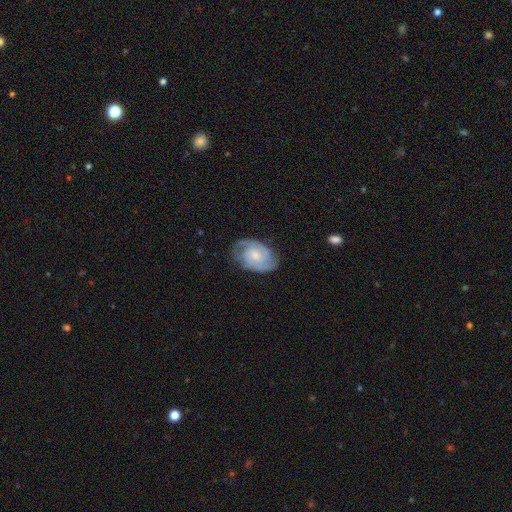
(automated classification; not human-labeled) The model was most divided on "bulge size": small: 45%, moderate: 42%, none: 7%, large: 4%, dominant: 1%. Remaining: edge-on disk — no (97%); spiral arms — yes (91%); smooth or featured — featured or disk (72%); merging — none (65%); bar — no (64%); spiral arm count — 2 (51%); spiral winding — tight (50%).